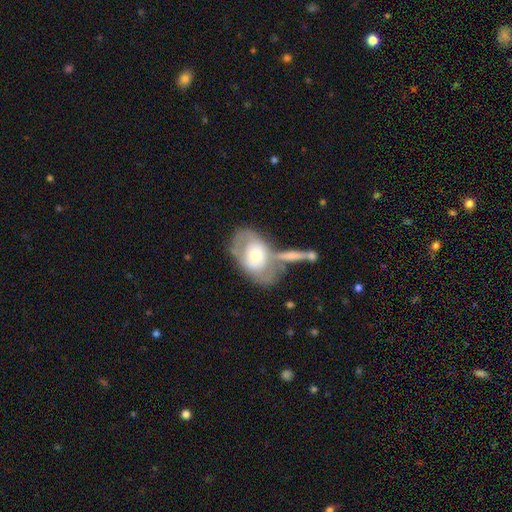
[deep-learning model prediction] Overall: featured or disk (50%; smooth 45%). Merging: none (34%; merger 32%).